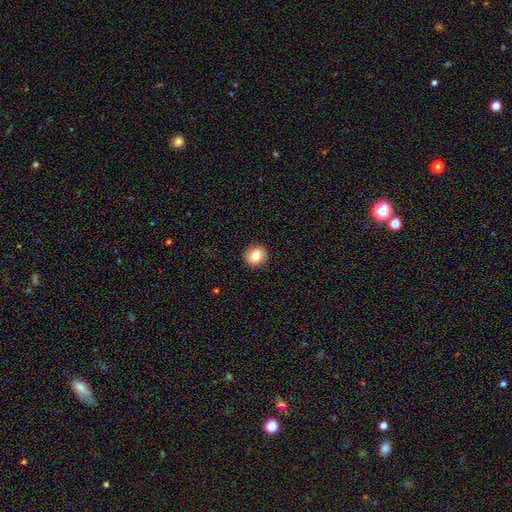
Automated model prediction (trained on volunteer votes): A smooth galaxy with no disk features (82%) that is round (84%). Merging: none (92%).